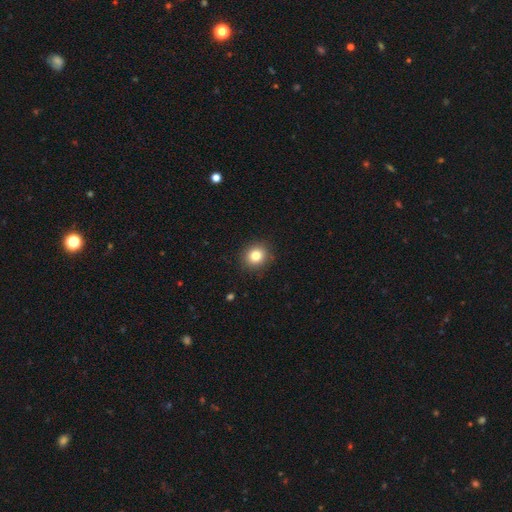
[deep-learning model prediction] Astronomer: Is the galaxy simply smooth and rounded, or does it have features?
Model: smooth — 82%.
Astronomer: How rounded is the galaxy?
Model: round — 85%.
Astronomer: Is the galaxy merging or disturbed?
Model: none — 89%.